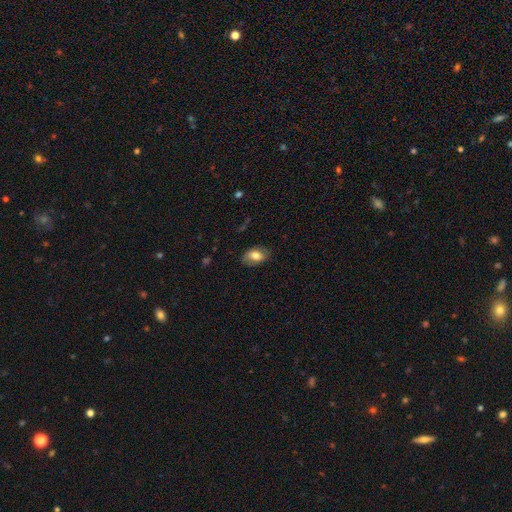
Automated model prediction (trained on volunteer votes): Smooth or featured?
  - smooth: 67% *
  - featured or disk: 25%
  - star or artifact: 8%
How rounded?
  - in between: 87% *
  - round: 12%
  - cigar-shaped: 2%
Merging?
  - none: 73% *
  - minor disturbance: 20%
  - major disturbance: 6%
  - merger: 1%